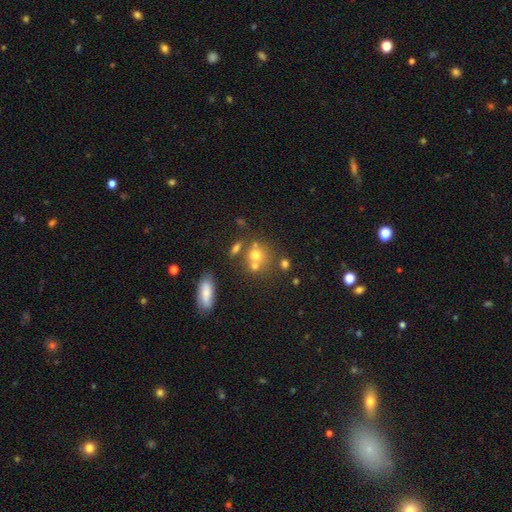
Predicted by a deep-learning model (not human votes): smooth_or_featured: smooth (p=0.61) [alt: featured or disk p=0.20]
how_rounded: round (p=0.72) [alt: in between p=0.25]
merging: none (p=0.47) [alt: merger p=0.36]